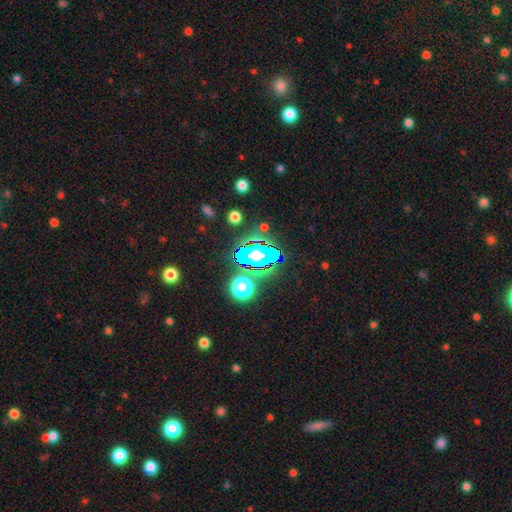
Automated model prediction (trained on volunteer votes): This appears to be a star or artifact, not a galaxy (79%).